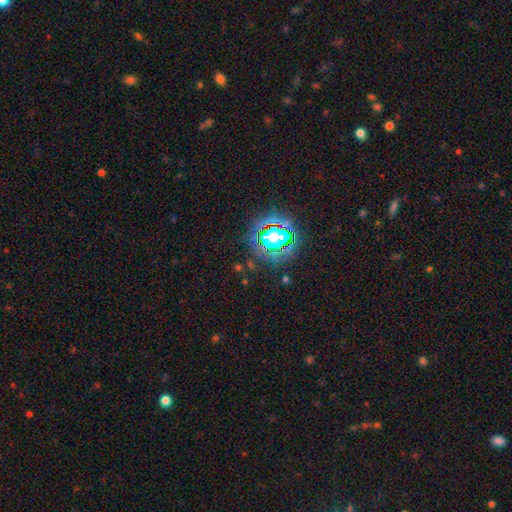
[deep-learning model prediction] This is likely a star or artifact rather than a galaxy (78%).